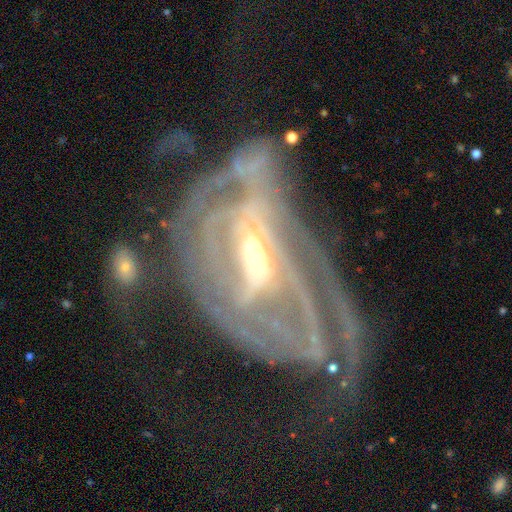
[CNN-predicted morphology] smooth_or_featured: featured or disk (p=0.87) [alt: star or artifact p=0.07]
disk_edge_on: no (p=0.94) [alt: yes p=0.06]
bar: strong (p=0.46) [alt: weak p=0.32]
has_spiral_arms: yes (p=0.87) [alt: no p=0.13]
spiral_winding: tight (p=0.51) [alt: medium p=0.33]
spiral_arm_count: can't tell (p=0.29) [alt: 2 p=0.28]
bulge_size: moderate (p=0.46) [alt: small p=0.44]
merging: major disturbance (p=0.36) [alt: none p=0.35]